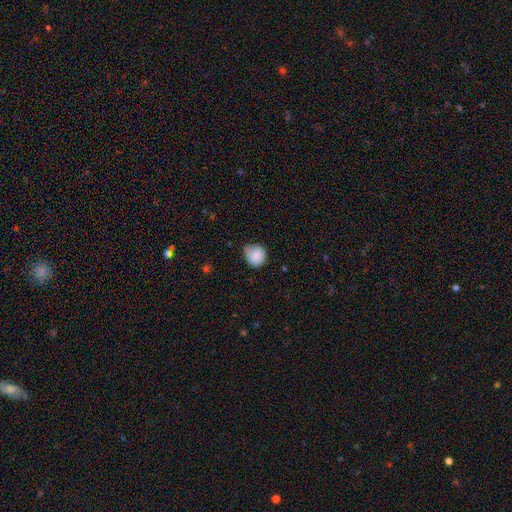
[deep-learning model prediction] Smooth or featured? smooth (84%)
How rounded? round (82%)
Merging? none (53%)